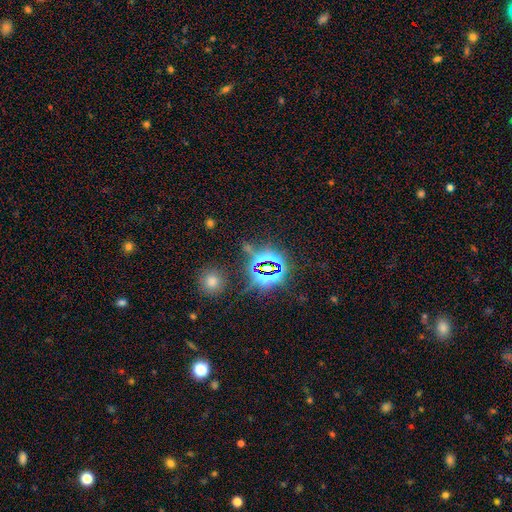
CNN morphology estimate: Overall: star or artifact (74%).